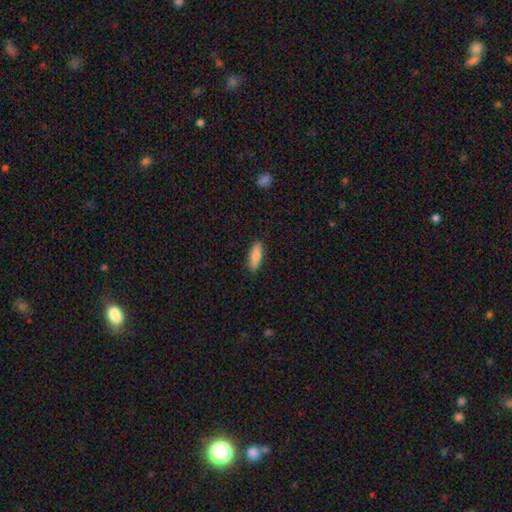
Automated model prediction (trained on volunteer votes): smooth 84%, featured or disk 10%, star or artifact 6%. Down the decision tree: how rounded — in between (53%); merging — none (88%).